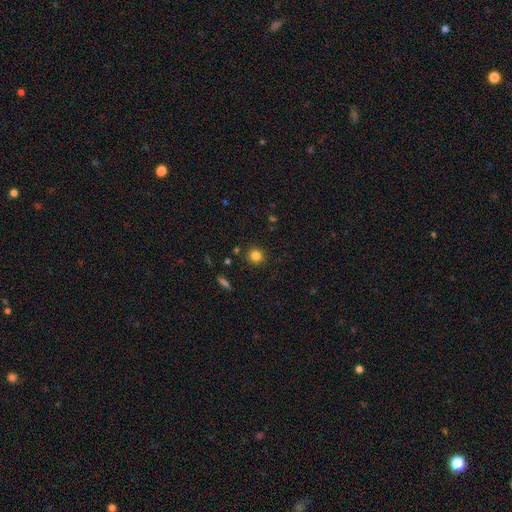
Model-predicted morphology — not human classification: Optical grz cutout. It shows a smooth galaxy with no disk features (82%) that is round (91%). Merging: none (89%).